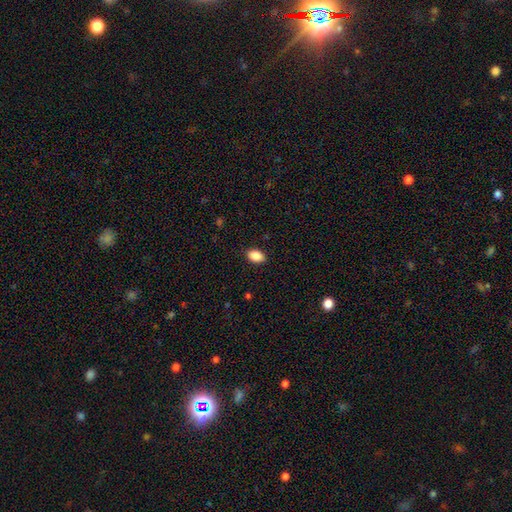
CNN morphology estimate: Smooth or featured? smooth (88%)
How rounded? in between (87%)
Merging? none (89%)